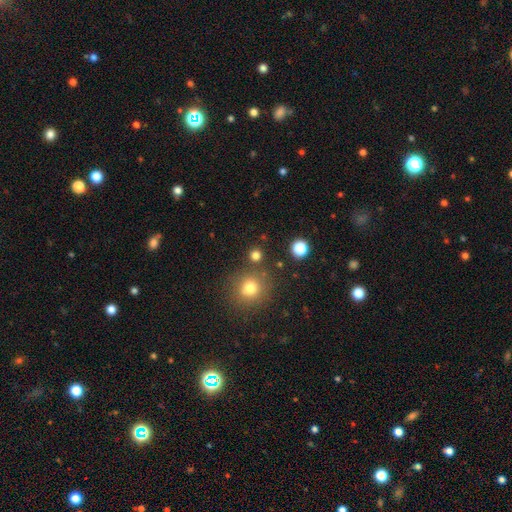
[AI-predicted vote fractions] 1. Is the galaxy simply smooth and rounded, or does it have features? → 77% smooth, 18% star or artifact, 6% featured or disk.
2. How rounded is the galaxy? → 91% round, 8% in between, 1% cigar-shaped.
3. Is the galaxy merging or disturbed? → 81% none, 8% merger, 7% minor disturbance, 3% major disturbance.